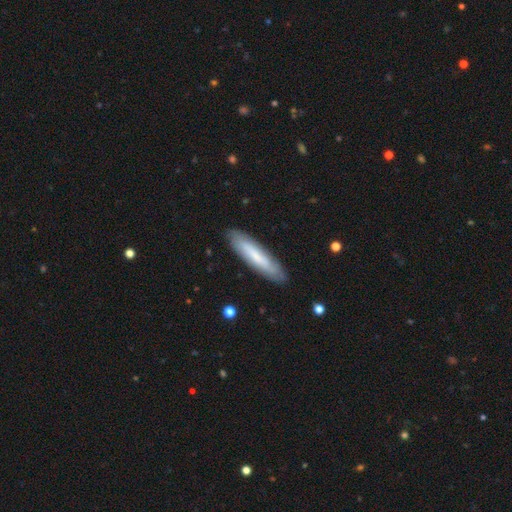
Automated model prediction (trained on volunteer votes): Smooth or featured: smooth — 63% (featured or disk — 31%)
How rounded: cigar-shaped — 81% (in between — 18%)
Merging: none — 86% (minor disturbance — 10%)